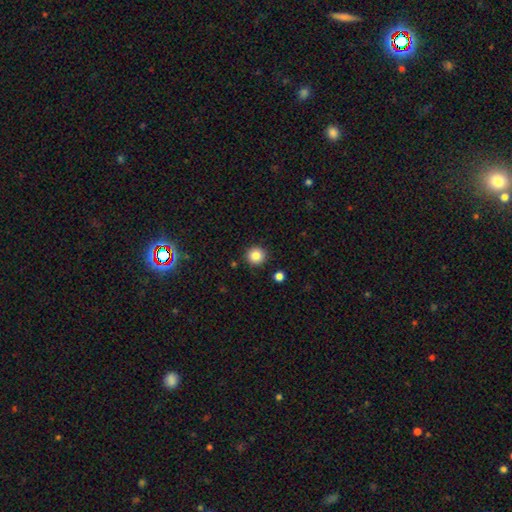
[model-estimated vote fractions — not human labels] Smooth or featured? Predicted: smooth (p=0.85). How rounded? Predicted: round (p=0.95). Merging? Predicted: none (p=0.91).